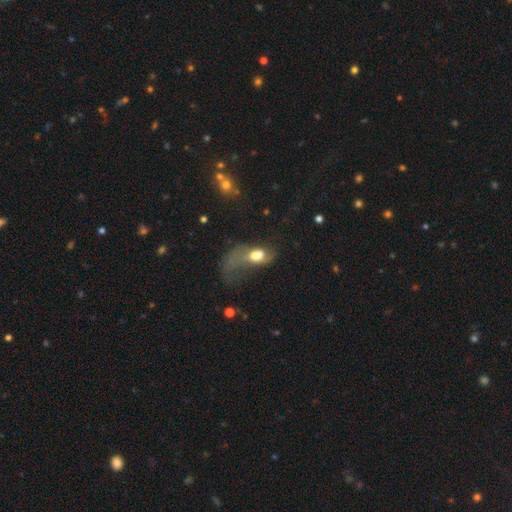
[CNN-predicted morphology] Smooth or featured? featured or disk (46%)
Merging? major disturbance (66%)